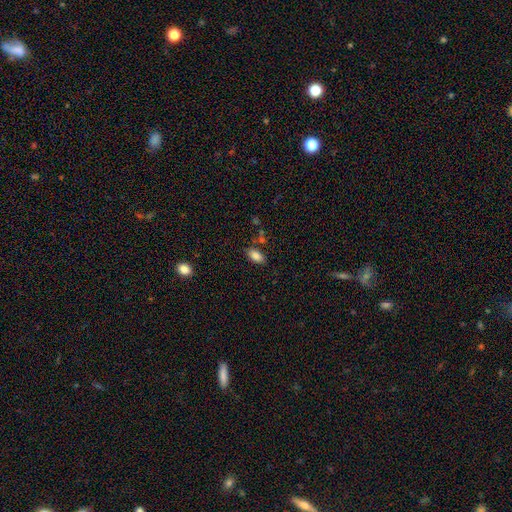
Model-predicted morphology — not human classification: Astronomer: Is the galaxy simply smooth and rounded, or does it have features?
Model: smooth — 84%.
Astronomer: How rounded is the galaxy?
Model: in between — 91%.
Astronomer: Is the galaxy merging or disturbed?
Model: none — 80%.